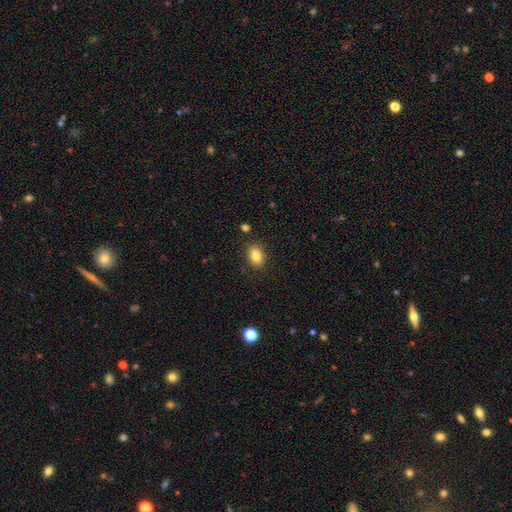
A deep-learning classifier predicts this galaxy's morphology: The model was most divided on "how rounded": in between: 81%, round: 17%, cigar-shaped: 1%. More confident: smooth or featured — smooth (86%); merging — none (85%).